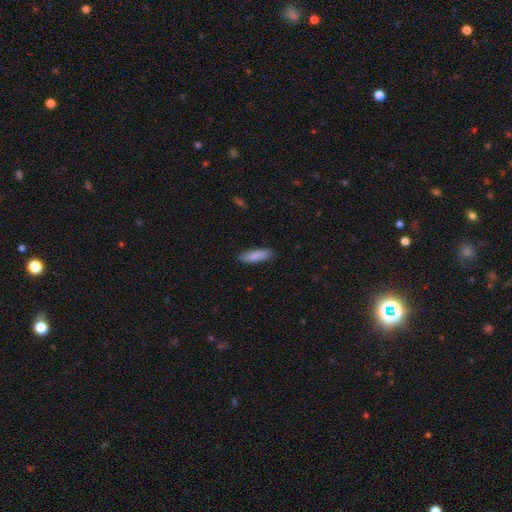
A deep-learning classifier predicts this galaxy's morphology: type=smooth (88%); roundness=in between (50%); merging=none (84%).